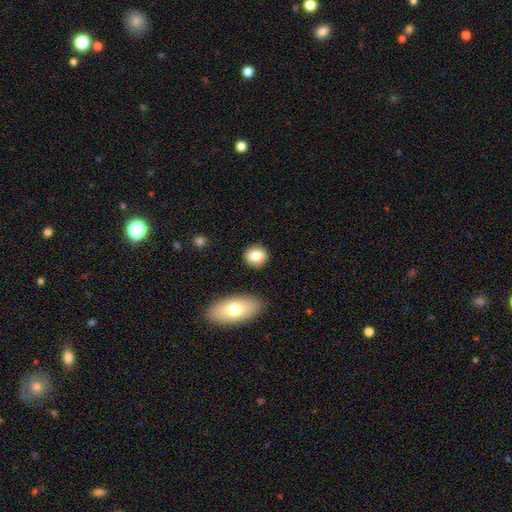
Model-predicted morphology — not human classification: smooth-or-featured: smooth: 79% | featured or disk: 13% | star or artifact: 9%
  how-rounded: round: 73% | in between: 26% | cigar-shaped: 2%
  merging: none: 84% | minor disturbance: 9% | merger: 4% | major disturbance: 3%